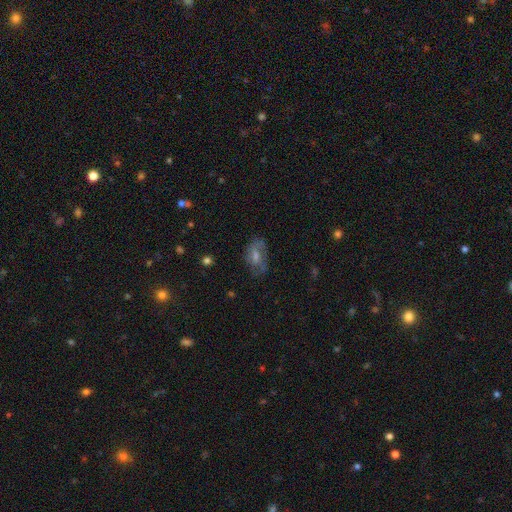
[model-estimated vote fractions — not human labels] A featured or disk galaxy (54%). Merging: none (66%).